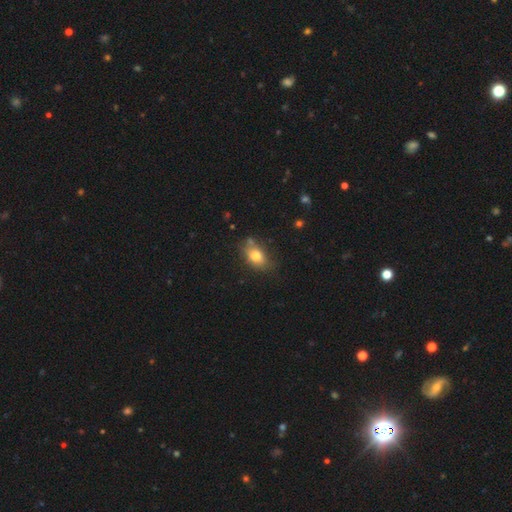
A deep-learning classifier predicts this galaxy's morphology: This is likely a smooth galaxy (79%). How rounded: clearly in between (82%). Merging: likely none (67%).